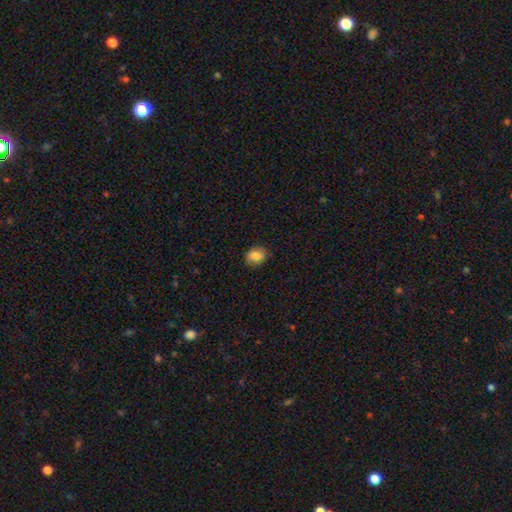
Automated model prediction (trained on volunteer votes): Smooth or featured? Predicted: smooth (p=0.85). How rounded? Predicted: in between (p=0.52). Merging? Predicted: none (p=0.84).